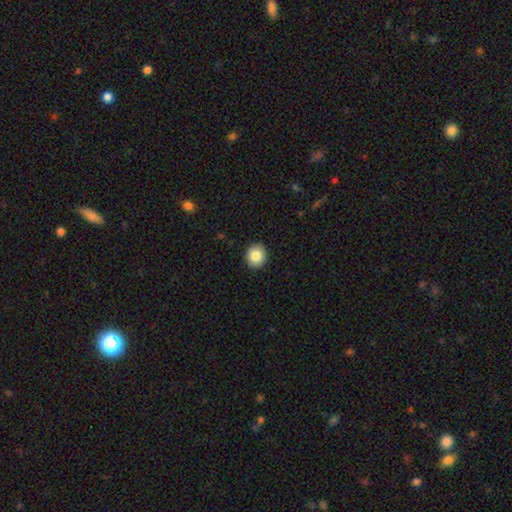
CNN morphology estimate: This appears to be a smooth galaxy with no disk features (85%) that is round (87%). Merging: none (92%).